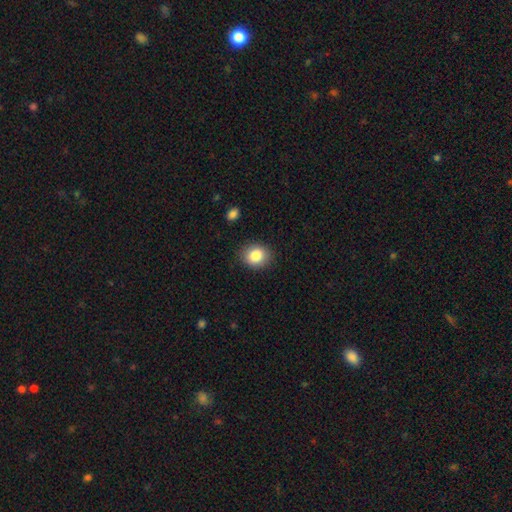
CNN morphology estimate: smooth-or-featured: smooth: 84% | star or artifact: 9% | featured or disk: 7%
  how-rounded: round: 63% | in between: 36% | cigar-shaped: 1%
  merging: none: 88% | minor disturbance: 9% | major disturbance: 2% | merger: 1%